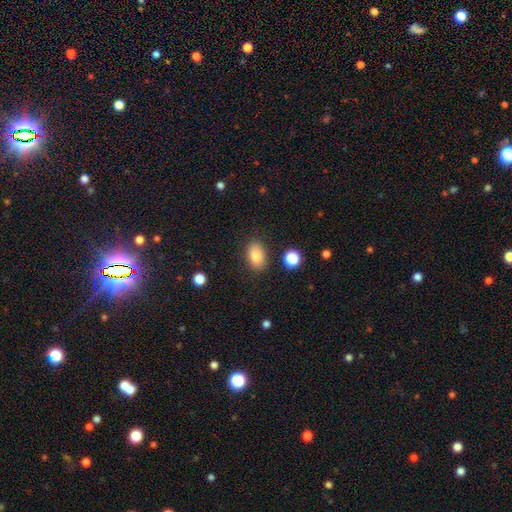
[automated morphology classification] smooth-or-featured: smooth: 84% | star or artifact: 9% | featured or disk: 7%
  how-rounded: in between: 86% | round: 13% | cigar-shaped: 1%
  merging: none: 83% | minor disturbance: 12% | major disturbance: 3% | merger: 2%